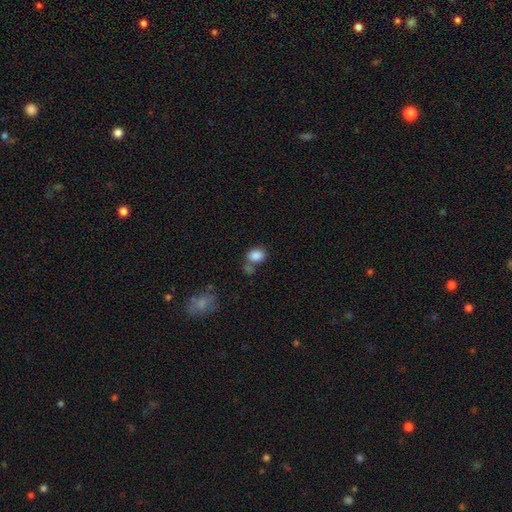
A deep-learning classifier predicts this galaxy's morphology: A smooth galaxy with no disk features (85%) that is in between round and cigar-shaped (63%).

Vote fractions:
- Smooth or featured? smooth: 85% / star or artifact: 9% / featured or disk: 5%
- How rounded? in between: 63% / round: 36% / cigar-shaped: 1%
- Merging? none: 57% / merger: 21% / minor disturbance: 16% / major disturbance: 6%